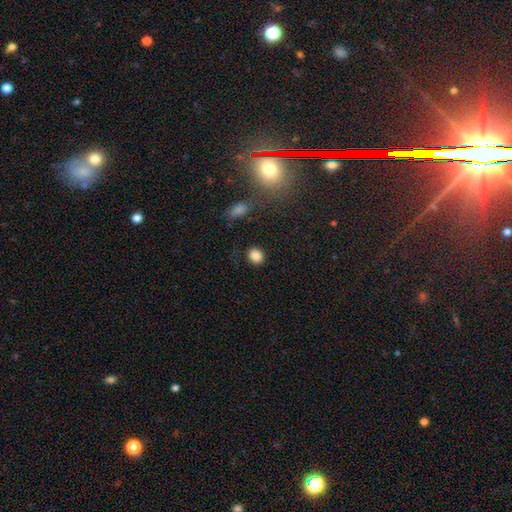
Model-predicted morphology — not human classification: smooth-or-featured: smooth: 85% | star or artifact: 10% | featured or disk: 4%
  how-rounded: round: 75% | in between: 24% | cigar-shaped: 1%
  merging: none: 86% | minor disturbance: 9% | major disturbance: 3% | merger: 2%